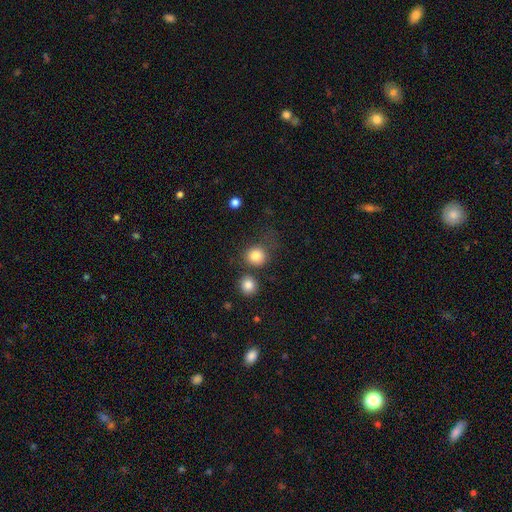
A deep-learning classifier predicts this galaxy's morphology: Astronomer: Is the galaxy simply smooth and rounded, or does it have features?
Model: smooth — 82%.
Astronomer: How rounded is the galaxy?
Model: round — 85%.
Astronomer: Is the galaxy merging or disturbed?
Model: none — 63%.